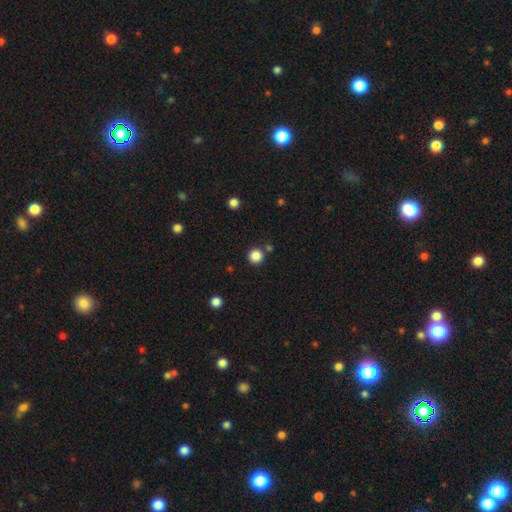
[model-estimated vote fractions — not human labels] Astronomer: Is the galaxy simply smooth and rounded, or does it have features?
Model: smooth — 85%.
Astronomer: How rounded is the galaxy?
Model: round — 95%.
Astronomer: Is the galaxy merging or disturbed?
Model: none — 85%.